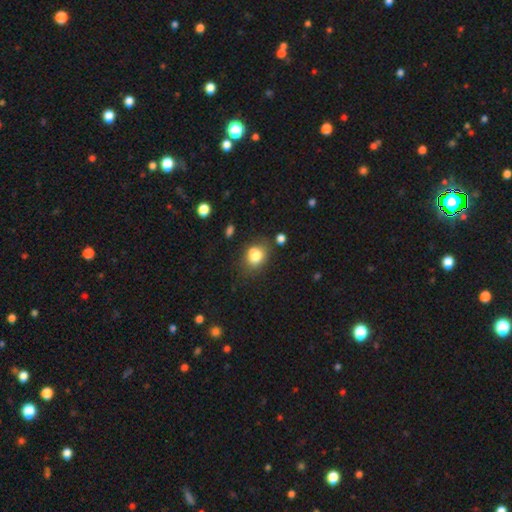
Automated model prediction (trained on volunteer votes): Morphology: type=smooth (78%); roundness=round (51%); merging=none (55%).